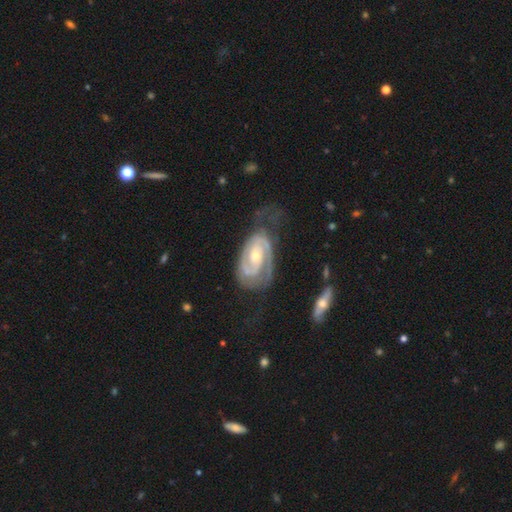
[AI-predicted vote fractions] The model was most divided on "bulge size": small: 52%, moderate: 44%, large: 2%, none: 1%, dominant: 1%. Remaining: edge-on disk — no (96%); spiral arms — yes (96%); smooth or featured — featured or disk (88%); spiral arm count — 2 (69%); spiral winding — tight (63%); bar — no (57%); merging — none (50%).